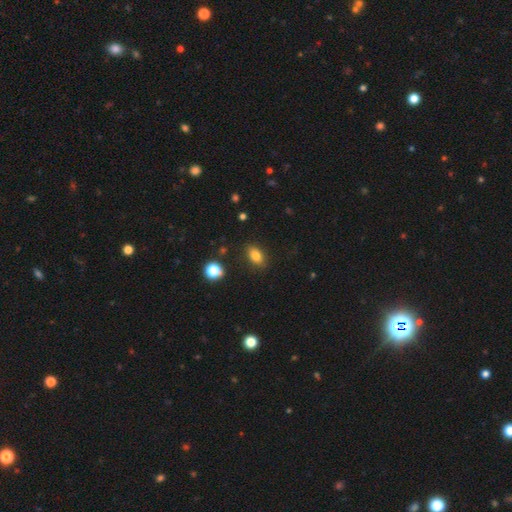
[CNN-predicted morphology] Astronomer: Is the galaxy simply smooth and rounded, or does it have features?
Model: smooth — 82%.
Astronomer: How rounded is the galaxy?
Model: in between — 82%.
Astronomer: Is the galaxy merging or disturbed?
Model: none — 86%.